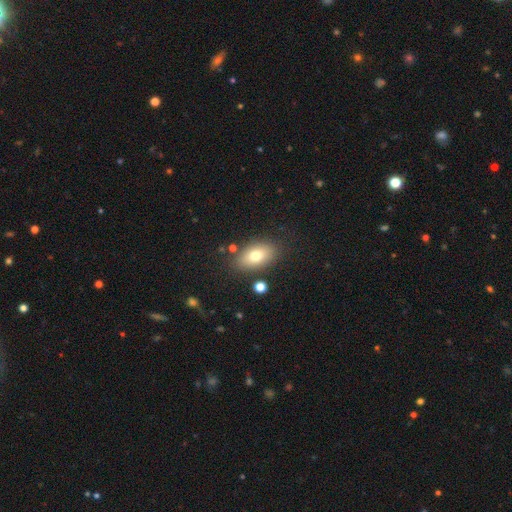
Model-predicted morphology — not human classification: Q: Smooth or featured?
A: smooth (74%); runner-up: featured or disk (16%)
Q: How rounded?
A: in between (88%); runner-up: round (9%)
Q: Merging?
A: none (82%); runner-up: minor disturbance (11%)